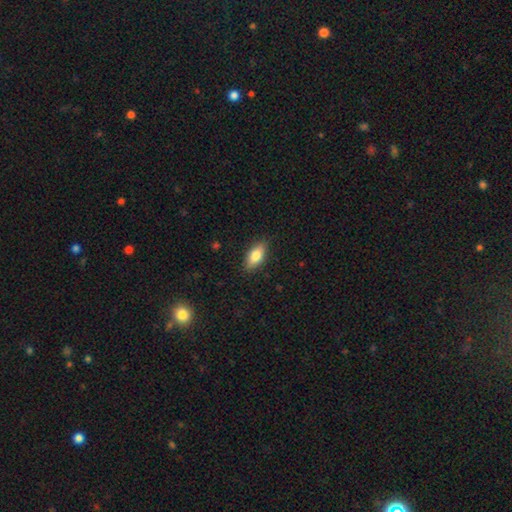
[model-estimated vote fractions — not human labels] Smooth or featured?
  - smooth: 79% *
  - featured or disk: 14%
  - star or artifact: 7%
How rounded?
  - in between: 84% *
  - cigar-shaped: 13%
  - round: 3%
Merging?
  - none: 85% *
  - minor disturbance: 11%
  - major disturbance: 2%
  - merger: 1%